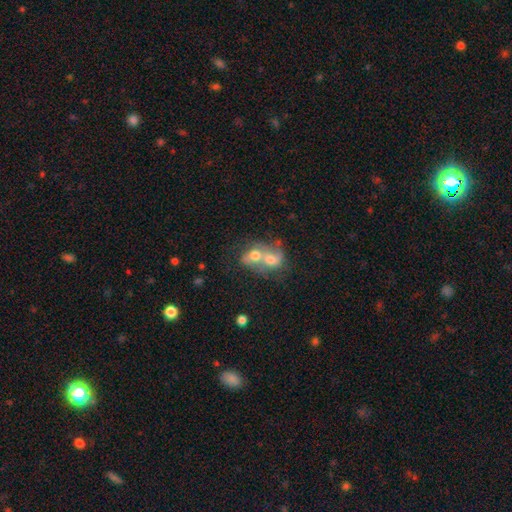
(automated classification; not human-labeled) A smooth galaxy with no disk features (54%) that is in between round and cigar-shaped (54%). Merging: merger (81%).